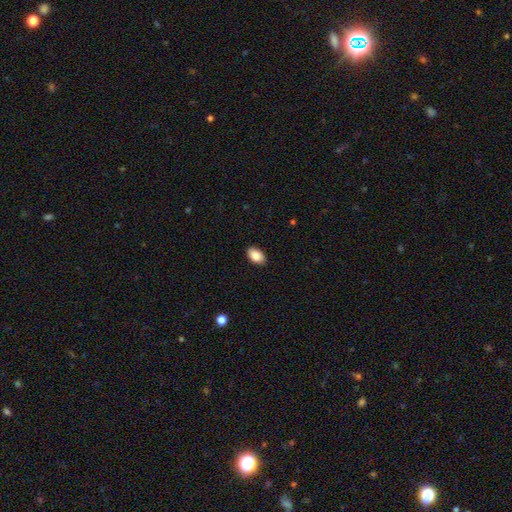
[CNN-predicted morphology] smooth 88%, star or artifact 7%, featured or disk 5%. Down the decision tree: how rounded — in between (92%); merging — none (89%).